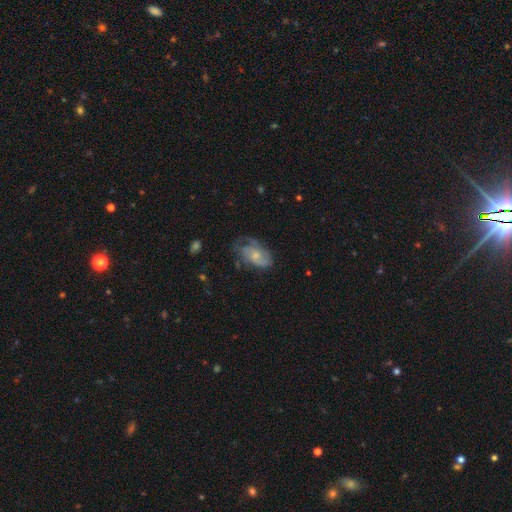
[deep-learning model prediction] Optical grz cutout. It shows a featured or disk galaxy (61%) with no bar (74%), spiral arms (81%) and a small central bulge (58%). Merging: none (45%).